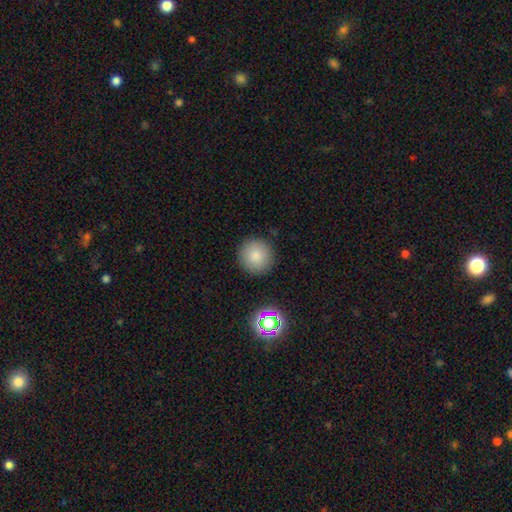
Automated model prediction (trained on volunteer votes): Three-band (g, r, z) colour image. It shows a smooth galaxy with no disk features (84%) that is round (95%). Merging: none (90%).